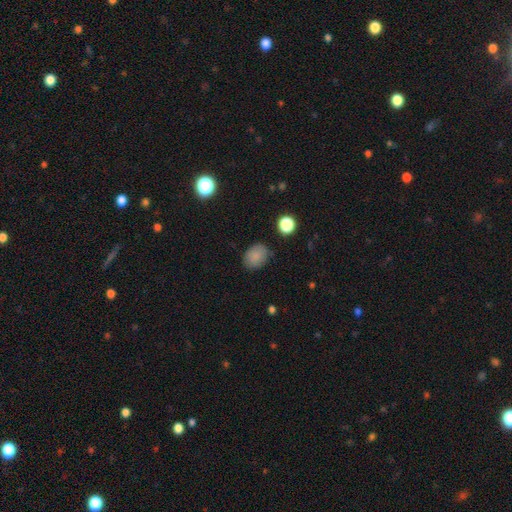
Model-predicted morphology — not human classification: Smooth or featured? smooth (85%)
How rounded? in between (61%)
Merging? none (81%)